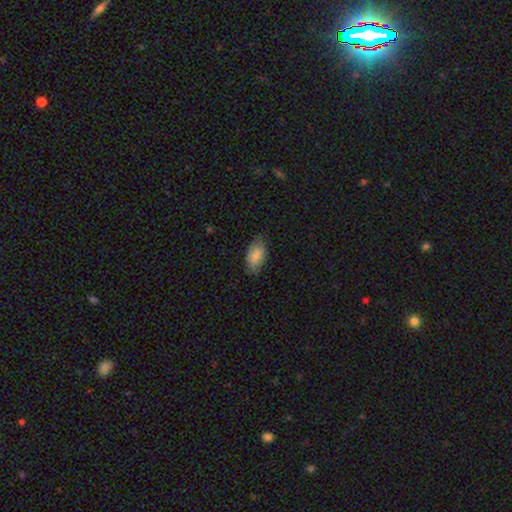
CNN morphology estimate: smooth-or-featured: smooth: 84% | featured or disk: 10% | star or artifact: 6%
  how-rounded: in between: 94% | round: 3% | cigar-shaped: 3%
  merging: none: 73% | minor disturbance: 22% | major disturbance: 4% | merger: 1%